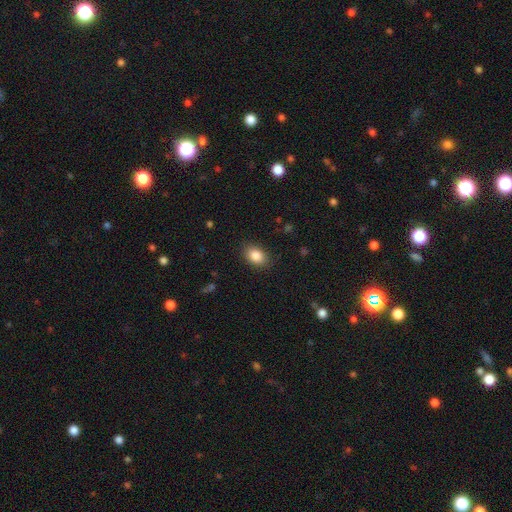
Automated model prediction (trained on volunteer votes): Overall: smooth (86%). How rounded: in between (82%). Merging: none (86%).